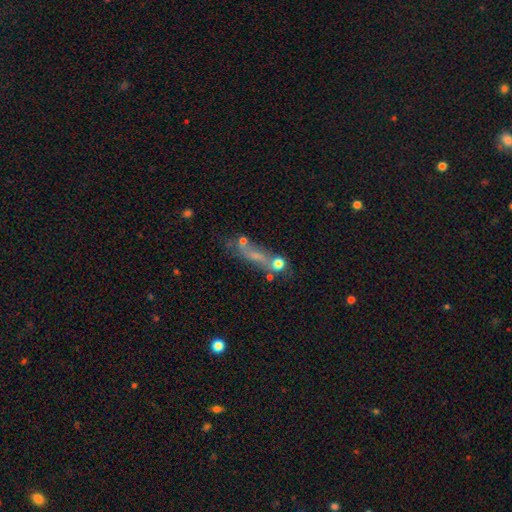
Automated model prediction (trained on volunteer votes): Smooth or featured? Predicted: featured or disk (p=0.40). Merging? Predicted: none (p=0.48).